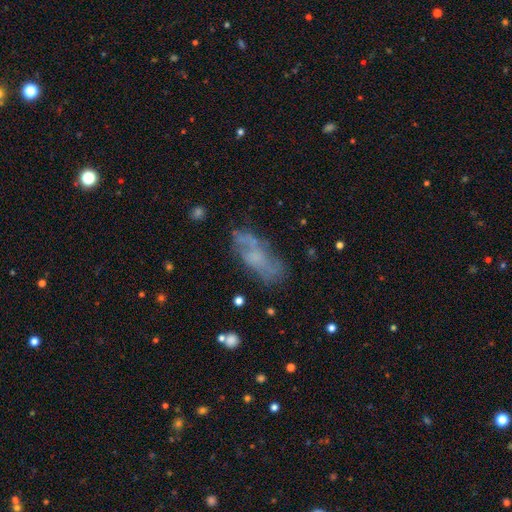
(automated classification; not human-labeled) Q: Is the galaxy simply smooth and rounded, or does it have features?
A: featured or disk — 52%.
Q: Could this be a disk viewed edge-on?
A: no — 86%.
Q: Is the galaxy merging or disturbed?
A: none — 56%.